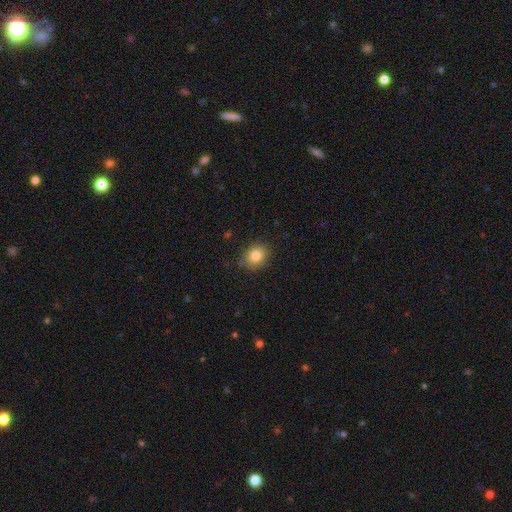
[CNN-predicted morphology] Overall: smooth (83%). How rounded: round (63%; in between 37%). Merging: none (84%).